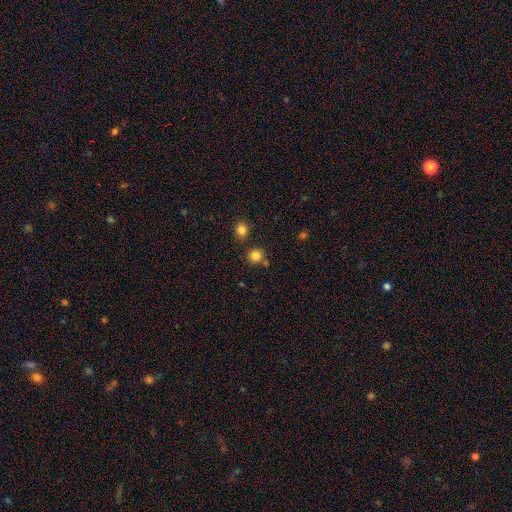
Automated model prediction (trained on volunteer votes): Overall: smooth (83%). How rounded: round (90%). Merging: none (77%).